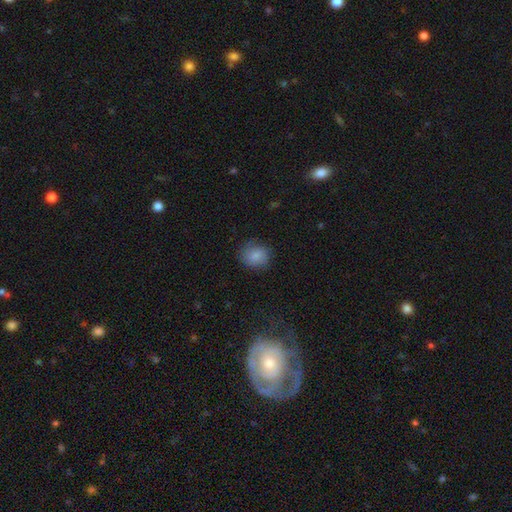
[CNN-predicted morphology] Smooth or featured?
  - smooth: 80% *
  - featured or disk: 12%
  - star or artifact: 8%
How rounded?
  - round: 78% *
  - in between: 21%
  - cigar-shaped: 1%
Merging?
  - none: 76% *
  - minor disturbance: 17%
  - major disturbance: 6%
  - merger: 1%